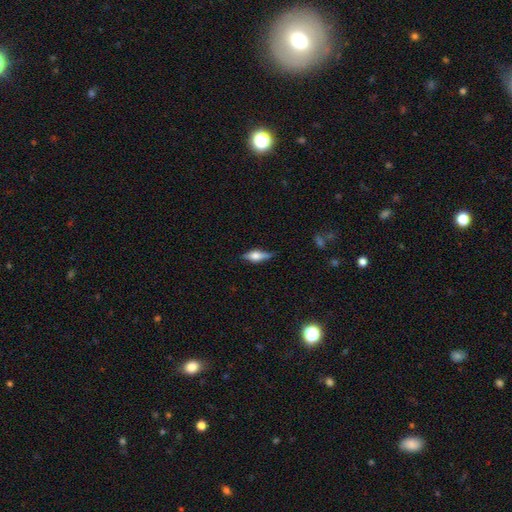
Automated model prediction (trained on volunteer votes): Smooth or featured? featured or disk (51%)
Edge-on disk? yes (92%)
Merging? none (71%)